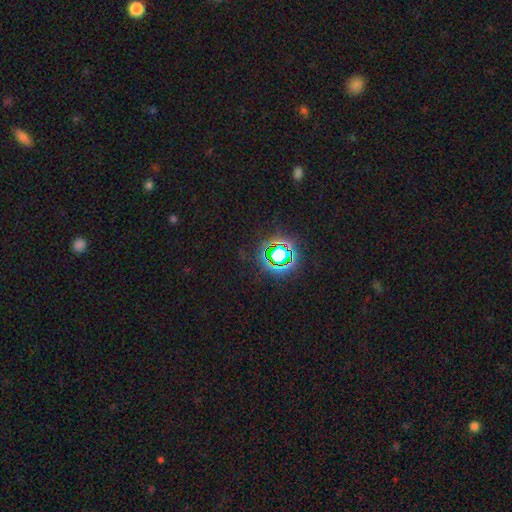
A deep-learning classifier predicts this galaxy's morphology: This appears to be a star or artifact, not a galaxy (78%).